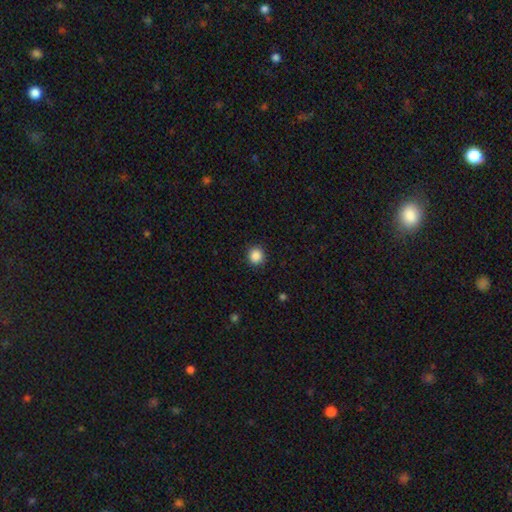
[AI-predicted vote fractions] Morphology: type=smooth (87%); roundness=round (91%); merging=none (91%).